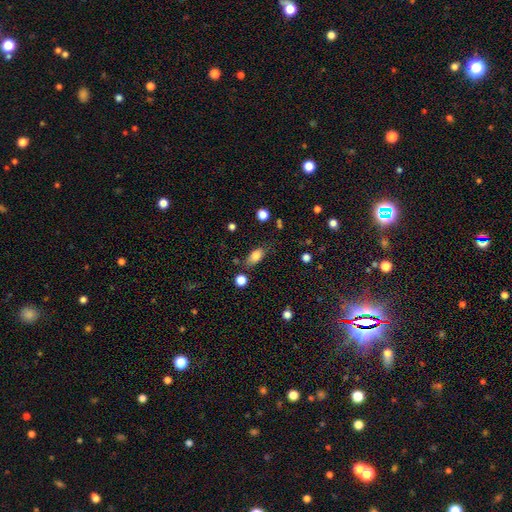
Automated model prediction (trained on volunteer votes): Smooth or featured? smooth (82%)
How rounded? in between (85%)
Merging? none (70%)